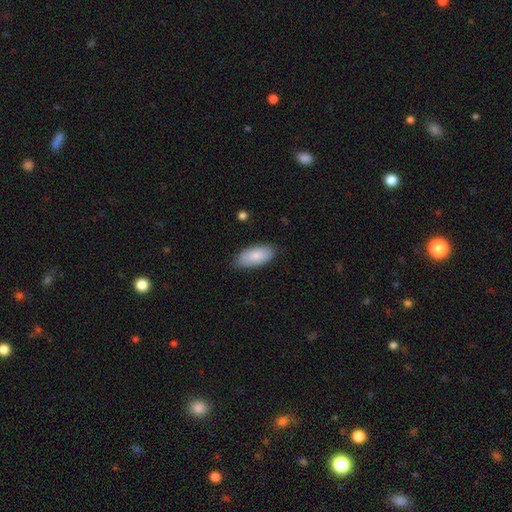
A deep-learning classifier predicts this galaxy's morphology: Overall: smooth (84%). How rounded: in between (93%). Merging: none (80%).